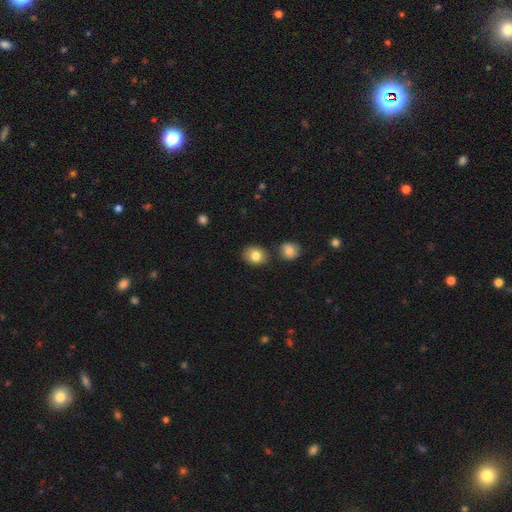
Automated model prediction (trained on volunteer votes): Smooth or featured: smooth — 82% (star or artifact — 9%)
How rounded: round — 61% (in between — 38%)
Merging: none — 79% (minor disturbance — 11%)